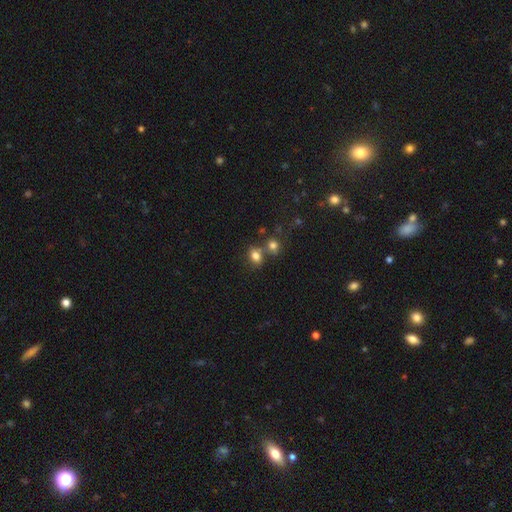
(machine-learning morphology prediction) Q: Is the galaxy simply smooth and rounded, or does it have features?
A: smooth — 79%.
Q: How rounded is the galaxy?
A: in between — 63%.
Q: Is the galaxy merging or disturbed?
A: none — 48%.